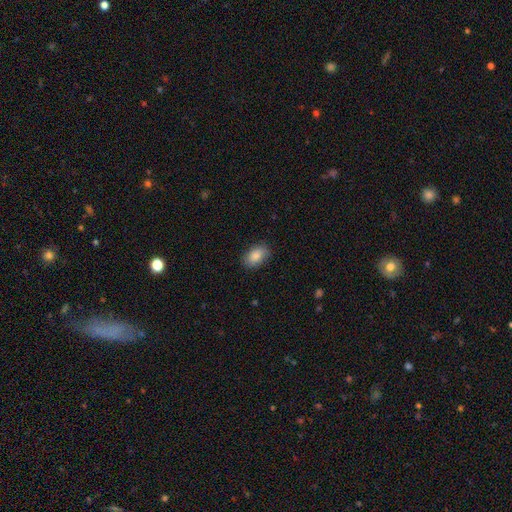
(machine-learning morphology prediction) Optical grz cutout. It shows a smooth galaxy with no disk features (87%) that is in between round and cigar-shaped (90%). Merging: none (85%).